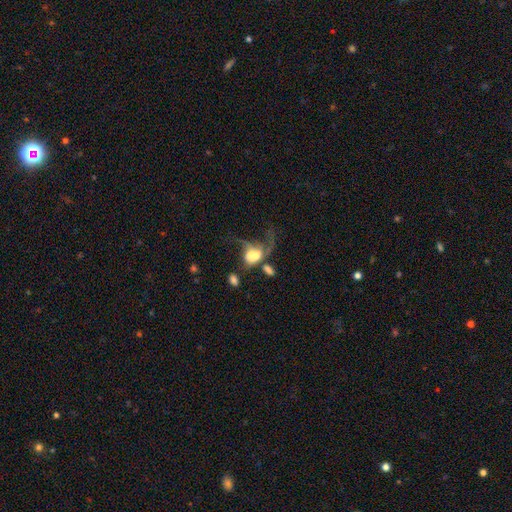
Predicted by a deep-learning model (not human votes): A featured or disk galaxy (49%). Merging: merger (53%).